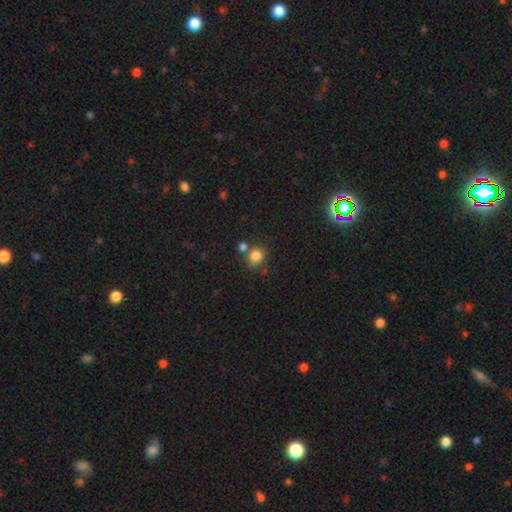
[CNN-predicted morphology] A smooth galaxy with no disk features (83%) that is round (76%). Merging: none (63%).